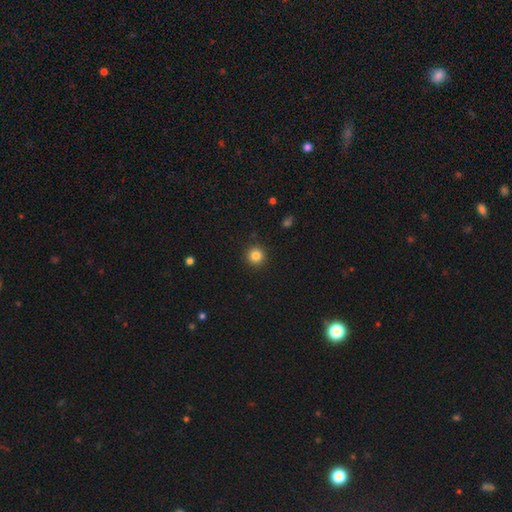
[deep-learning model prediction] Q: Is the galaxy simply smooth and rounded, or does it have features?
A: smooth — 83%.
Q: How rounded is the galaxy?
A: round — 95%.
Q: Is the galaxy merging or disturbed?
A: none — 92%.